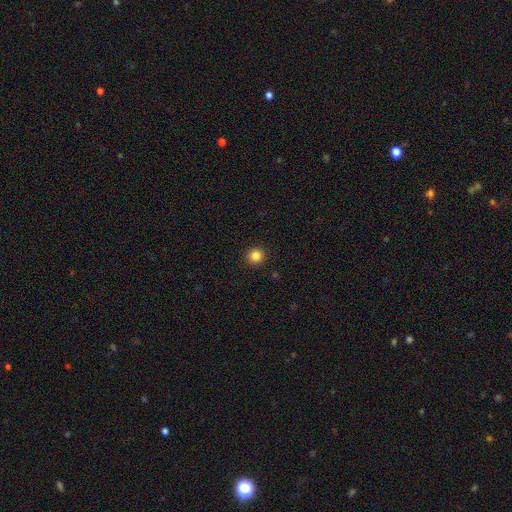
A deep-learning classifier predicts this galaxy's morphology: type=smooth (84%); roundness=round (95%); merging=none (93%).